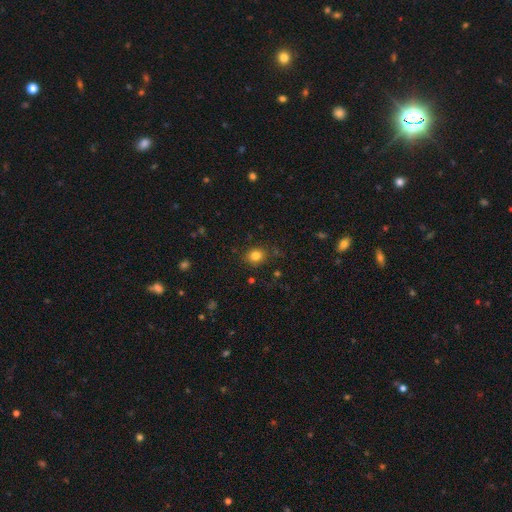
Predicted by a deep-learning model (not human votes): Smooth or featured? Predicted: smooth (p=0.82). How rounded? Predicted: round (p=0.64). Merging? Predicted: none (p=0.84).